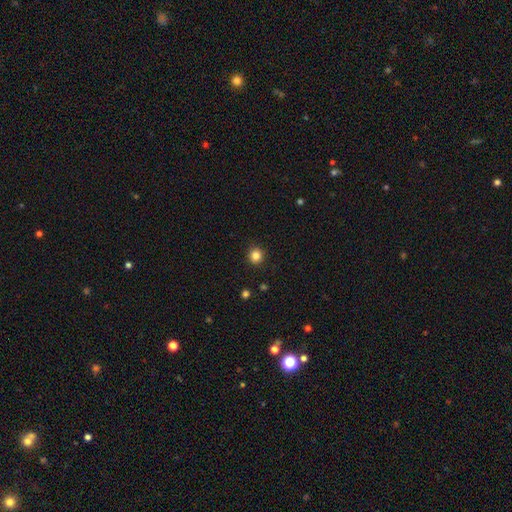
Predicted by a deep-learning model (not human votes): Q: Smooth or featured?
A: smooth (84%); runner-up: star or artifact (12%)
Q: How rounded?
A: round (92%); runner-up: in between (7%)
Q: Merging?
A: none (92%); runner-up: minor disturbance (5%)